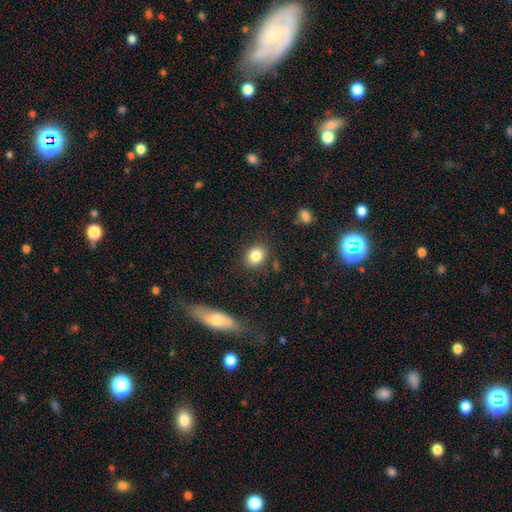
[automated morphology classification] Smooth or featured: smooth — 84% (star or artifact — 10%)
How rounded: round — 57% (in between — 42%)
Merging: none — 84% (minor disturbance — 10%)